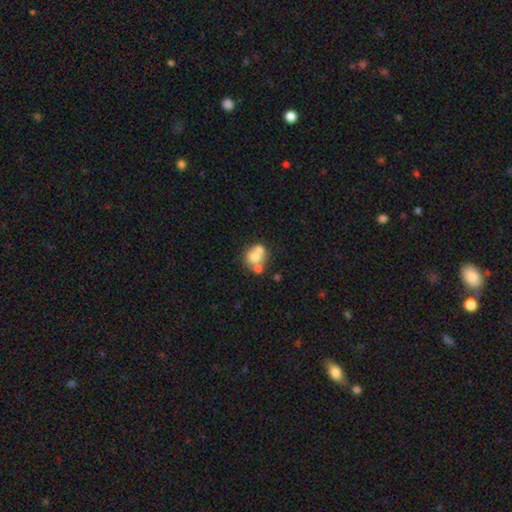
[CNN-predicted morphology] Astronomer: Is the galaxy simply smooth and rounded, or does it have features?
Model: smooth — 62%.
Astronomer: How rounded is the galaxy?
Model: round — 71%.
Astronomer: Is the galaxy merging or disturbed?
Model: merger — 50% (runner-up: none, 35%).